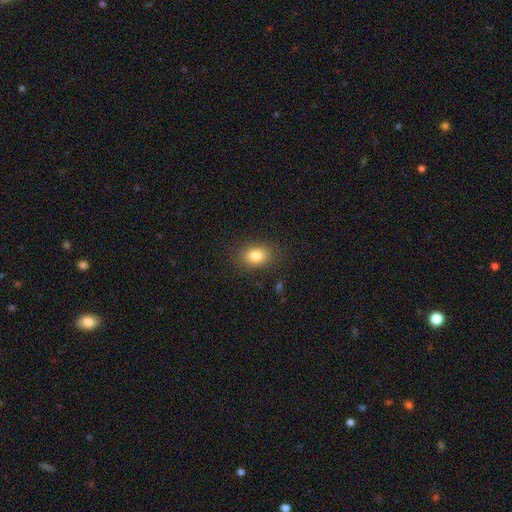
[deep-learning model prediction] smooth_or_featured: smooth (p=0.82) [alt: star or artifact p=0.10]
how_rounded: in between (p=0.70) [alt: round p=0.29]
merging: none (p=0.86) [alt: minor disturbance p=0.10]